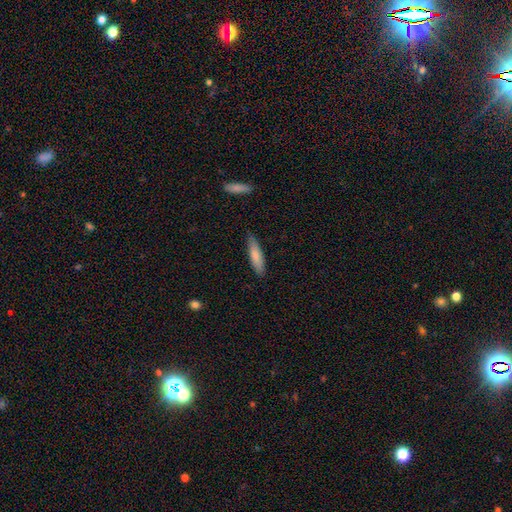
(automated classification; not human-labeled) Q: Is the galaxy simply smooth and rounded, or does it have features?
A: smooth — 80%.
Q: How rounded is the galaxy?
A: cigar-shaped — 70%.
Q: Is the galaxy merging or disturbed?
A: none — 83%.